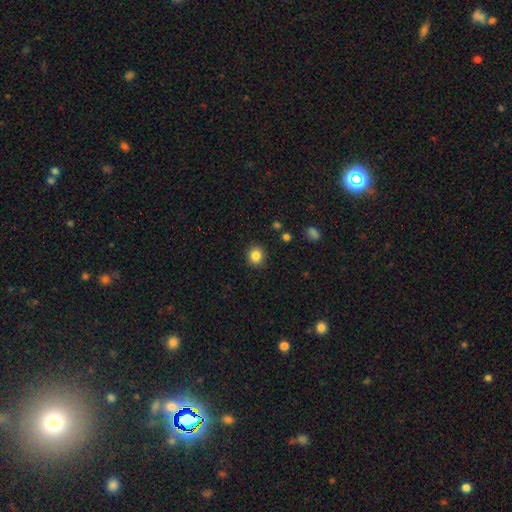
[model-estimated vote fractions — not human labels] Smooth or featured: smooth — 84% (star or artifact — 11%)
How rounded: round — 85% (in between — 14%)
Merging: none — 91% (minor disturbance — 6%)